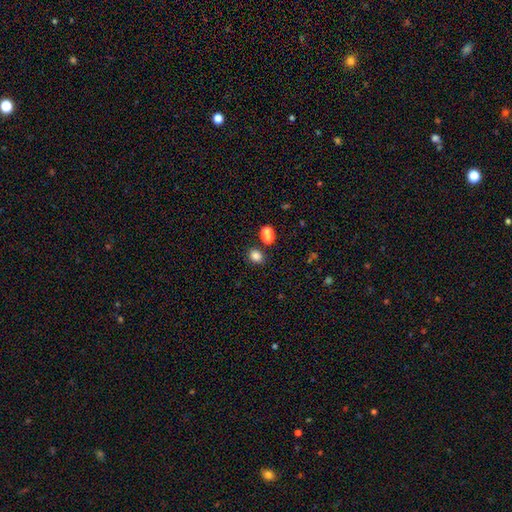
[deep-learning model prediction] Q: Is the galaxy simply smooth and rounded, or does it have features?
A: smooth — 81%.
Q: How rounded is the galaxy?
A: round — 56%.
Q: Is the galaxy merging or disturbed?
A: none — 74%.